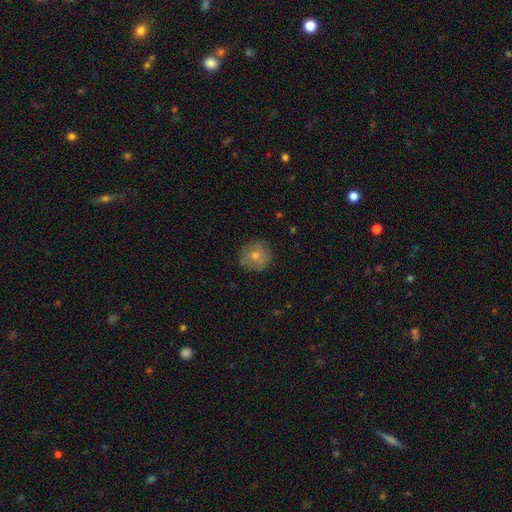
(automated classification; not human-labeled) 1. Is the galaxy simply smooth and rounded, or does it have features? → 60% smooth, 27% featured or disk, 12% star or artifact.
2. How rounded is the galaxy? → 93% round, 6% in between, 1% cigar-shaped.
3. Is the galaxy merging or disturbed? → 85% none, 11% minor disturbance, 3% major disturbance, 1% merger.